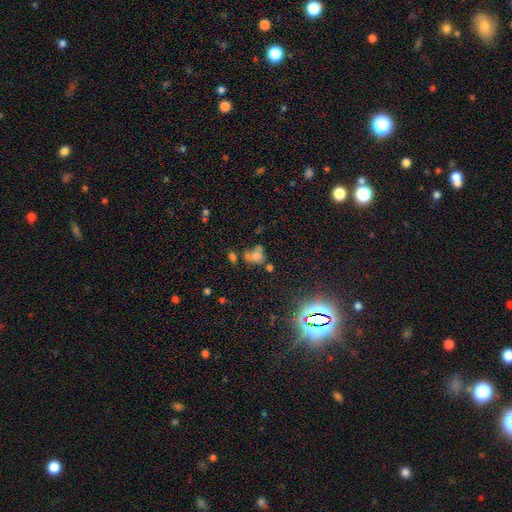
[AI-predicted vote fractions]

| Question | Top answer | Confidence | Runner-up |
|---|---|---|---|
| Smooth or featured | smooth | 55% | star or artifact (23%) |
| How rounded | in between | 64% | round (33%) |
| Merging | none | 32% | merger (28%) |